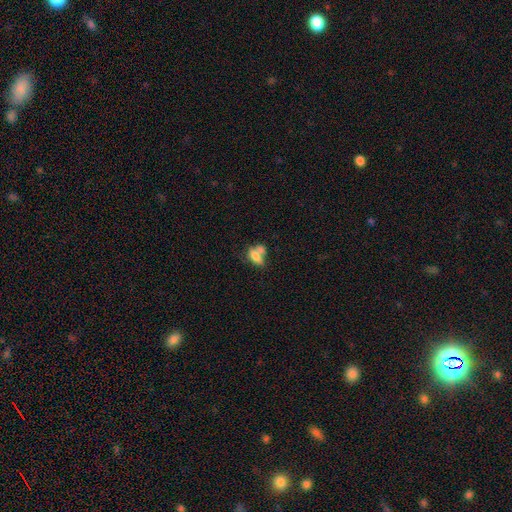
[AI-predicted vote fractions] Smooth or featured: smooth — 69% (featured or disk — 22%)
How rounded: in between — 78% (cigar-shaped — 12%)
Merging: merger — 51% (none — 29%)